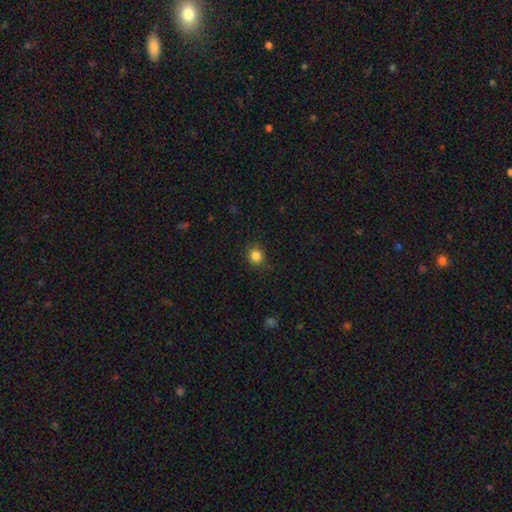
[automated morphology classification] Smooth or featured? smooth (85%)
How rounded? round (85%)
Merging? none (84%)